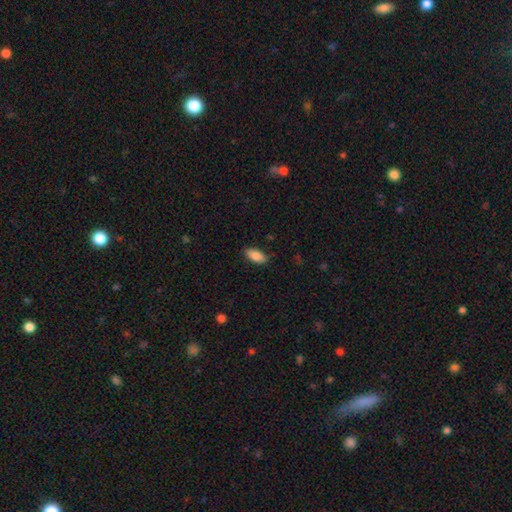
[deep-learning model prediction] smooth_or_featured: smooth (p=0.85) [alt: featured or disk p=0.08]
how_rounded: in between (p=0.91) [alt: cigar-shaped p=0.07]
merging: none (p=0.84) [alt: minor disturbance p=0.12]